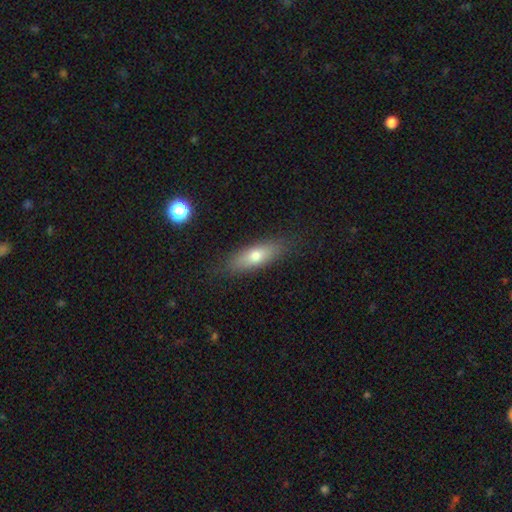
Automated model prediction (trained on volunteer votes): This appears to be a smooth galaxy with no disk features (68%) that is in between round and cigar-shaped (53%). Merging: none (84%).